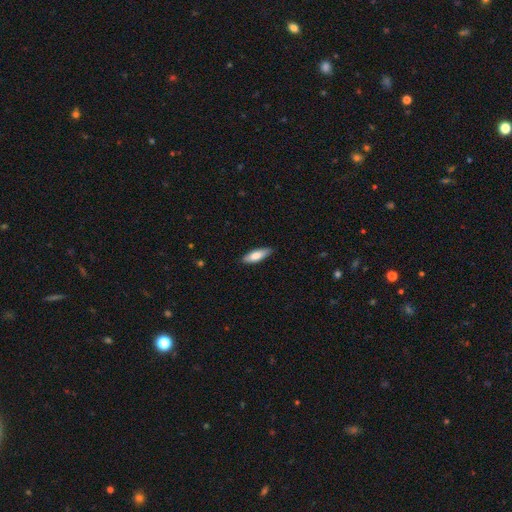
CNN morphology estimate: Overall: smooth (77%). How rounded: in between (54%; cigar-shaped 44%). Merging: none (87%).